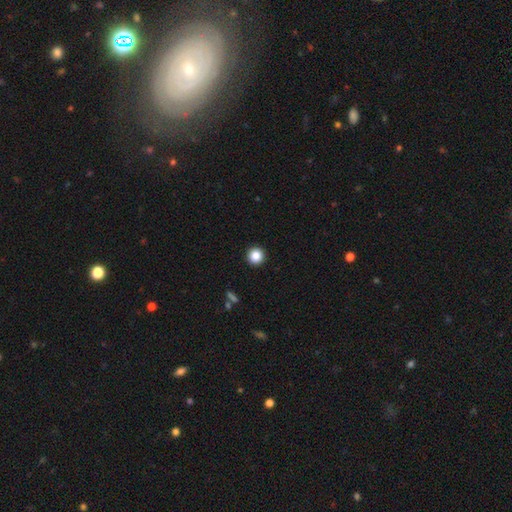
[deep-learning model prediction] smooth_or_featured: smooth (p=0.86) [alt: star or artifact p=0.10]
how_rounded: round (p=0.96) [alt: in between p=0.03]
merging: none (p=0.94) [alt: minor disturbance p=0.04]